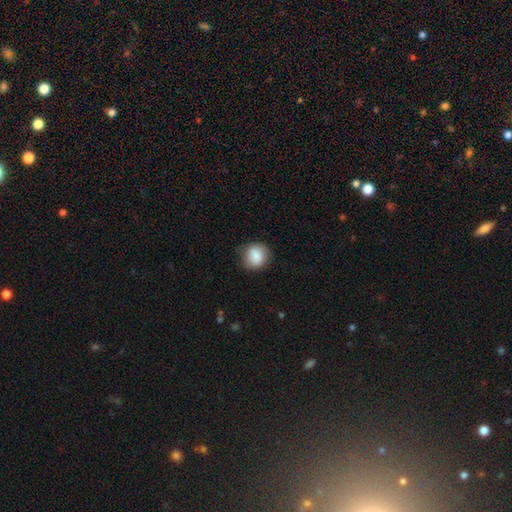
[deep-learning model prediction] smooth_or_featured: smooth (p=0.86) [alt: star or artifact p=0.08]
how_rounded: round (p=0.80) [alt: in between p=0.19]
merging: none (p=0.78) [alt: minor disturbance p=0.16]